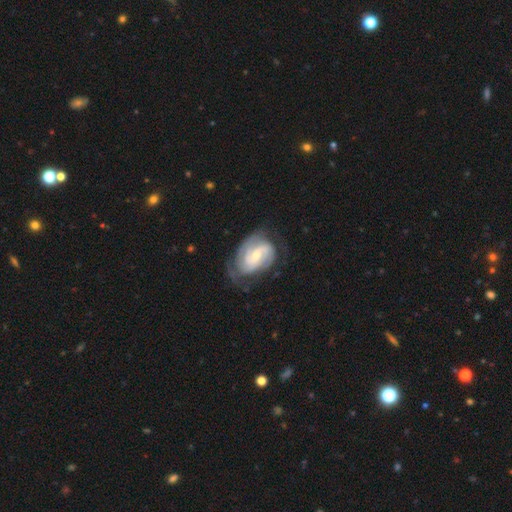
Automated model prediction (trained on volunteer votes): Smooth or featured? Predicted: featured or disk (p=0.83). Edge-on disk? Predicted: no (p=0.97). Bar? Predicted: weak (p=0.49). Spiral arms? Predicted: yes (p=0.95). Spiral winding? Predicted: tight (p=0.51). Spiral arm count? Predicted: 2 (p=0.50). Bulge size? Predicted: small (p=0.54). Merging? Predicted: none (p=0.61).